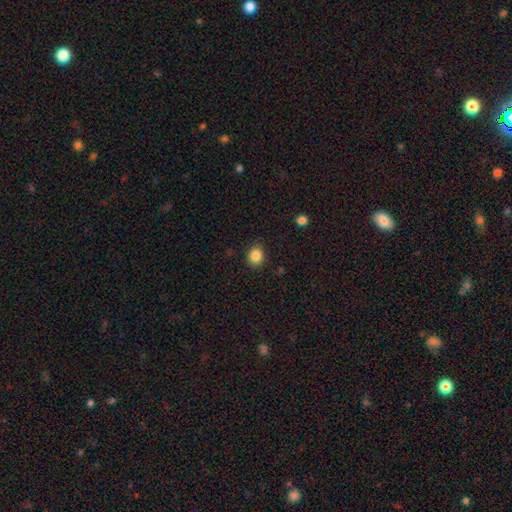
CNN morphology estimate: The model was most divided on "how rounded": round: 73%, in between: 26%, cigar-shaped: 1%. More confident: merging — none (87%); smooth or featured — smooth (86%).